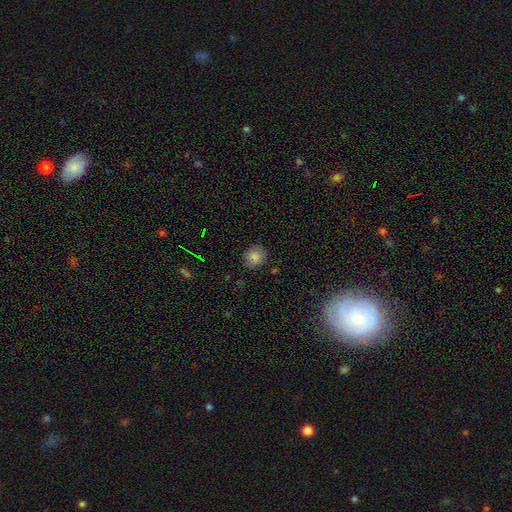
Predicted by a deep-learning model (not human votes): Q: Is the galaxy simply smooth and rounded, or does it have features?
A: smooth — 74%.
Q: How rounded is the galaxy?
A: round — 79%.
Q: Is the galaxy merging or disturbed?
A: none — 83%.